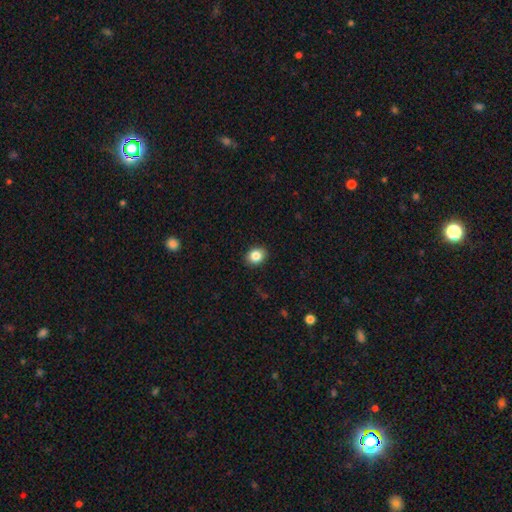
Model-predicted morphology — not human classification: smooth-or-featured: smooth: 85% | star or artifact: 10% | featured or disk: 5%
  how-rounded: round: 58% | in between: 41% | cigar-shaped: 1%
  merging: none: 91% | minor disturbance: 7% | major disturbance: 2% | merger: 1%